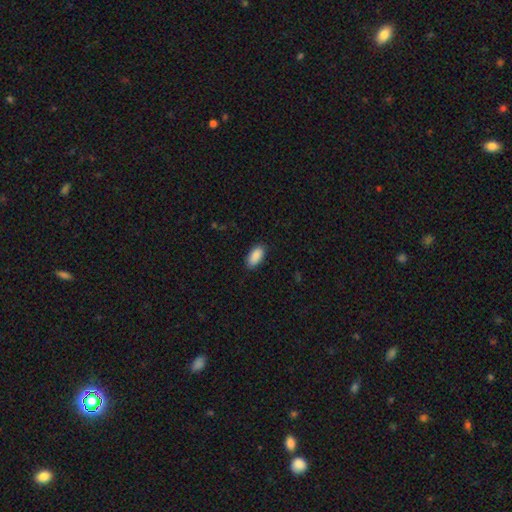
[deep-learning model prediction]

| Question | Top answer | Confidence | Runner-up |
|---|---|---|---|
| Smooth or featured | smooth | 91% | star or artifact (6%) |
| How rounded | in between | 93% | cigar-shaped (4%) |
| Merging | none | 86% | minor disturbance (11%) |